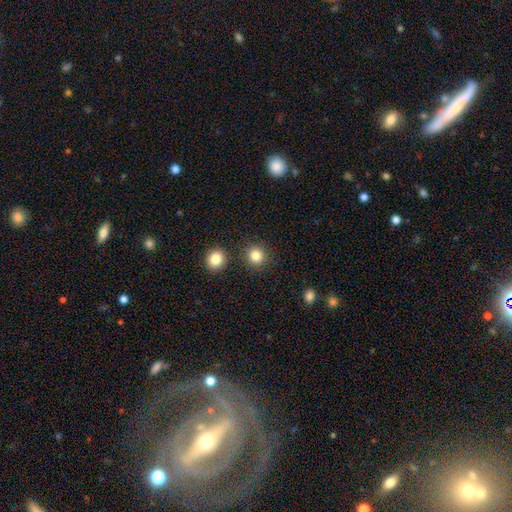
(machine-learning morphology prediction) Smooth or featured?
  - smooth: 84% *
  - star or artifact: 11%
  - featured or disk: 5%
How rounded?
  - round: 90% *
  - in between: 9%
  - cigar-shaped: 1%
Merging?
  - none: 85% *
  - minor disturbance: 7%
  - merger: 5%
  - major disturbance: 3%